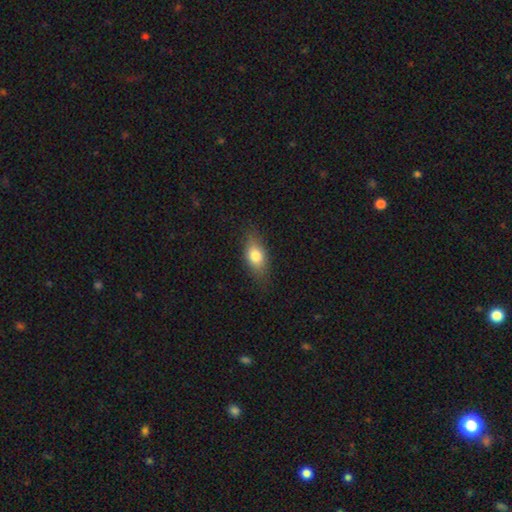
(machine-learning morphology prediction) The model was most divided on "smooth or featured": smooth: 75%, featured or disk: 16%, star or artifact: 8%. More confident: how rounded — in between (80%); merging — none (80%).